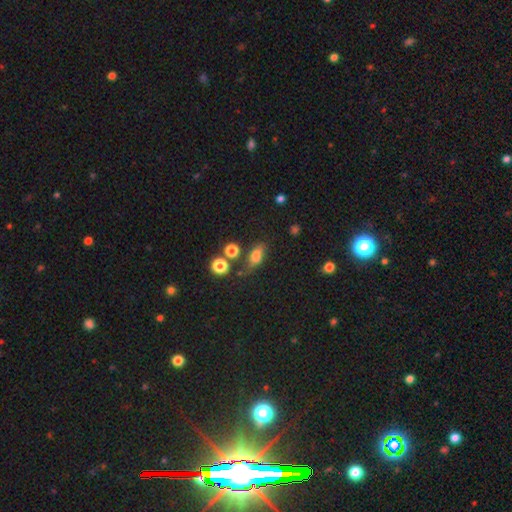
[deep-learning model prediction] Smooth or featured? smooth (73%)
How rounded? in between (76%)
Merging? none (57%)